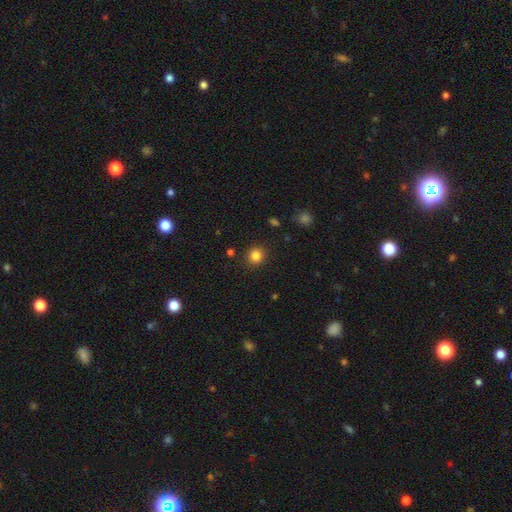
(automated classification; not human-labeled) Smooth or featured?
  - smooth: 84% *
  - star or artifact: 12%
  - featured or disk: 5%
How rounded?
  - round: 88% *
  - in between: 11%
  - cigar-shaped: 1%
Merging?
  - none: 88% *
  - minor disturbance: 8%
  - major disturbance: 3%
  - merger: 2%